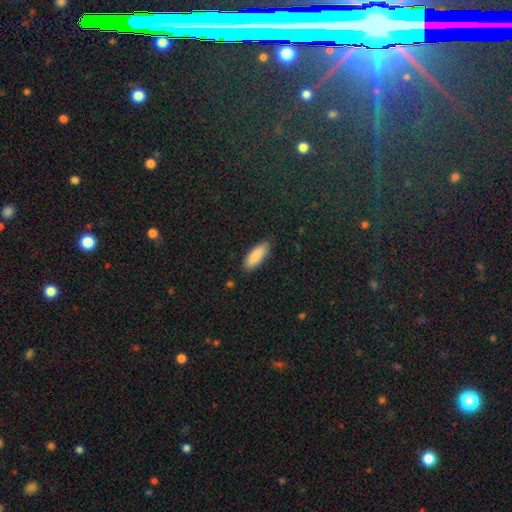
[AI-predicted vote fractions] Overall: smooth (88%). How rounded: in between (65%; cigar-shaped 33%). Merging: none (87%).